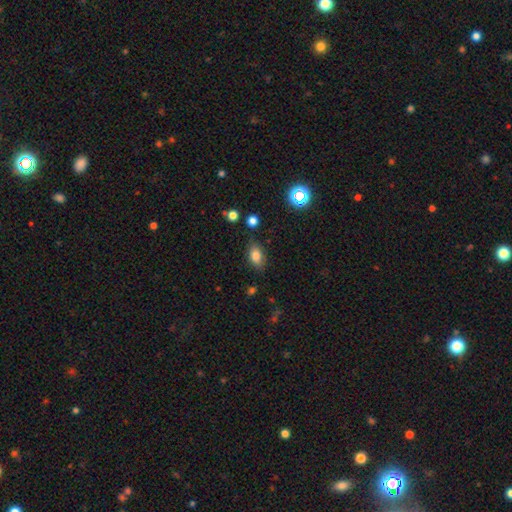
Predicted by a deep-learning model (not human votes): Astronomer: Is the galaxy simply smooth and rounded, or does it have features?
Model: smooth — 79%.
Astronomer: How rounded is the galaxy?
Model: in between — 85%.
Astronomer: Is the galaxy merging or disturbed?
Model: none — 81%.